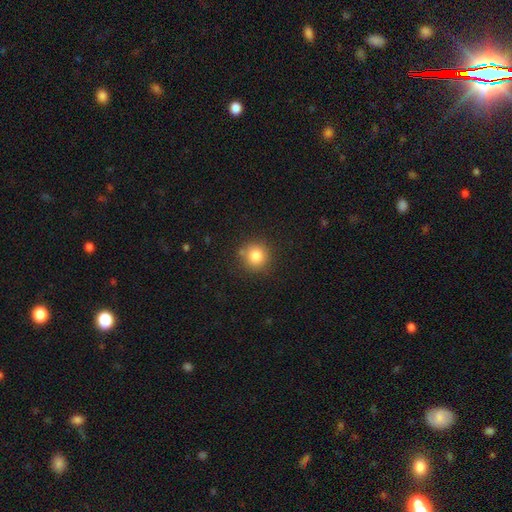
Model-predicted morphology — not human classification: A smooth galaxy with no disk features (82%) that is round (93%). Merging: none (83%).